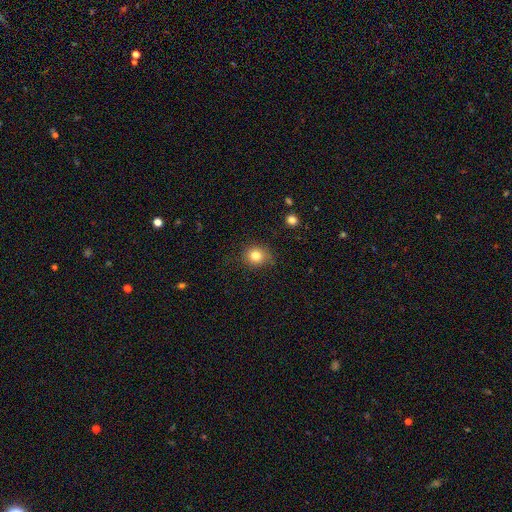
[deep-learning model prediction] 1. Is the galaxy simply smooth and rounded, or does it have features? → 81% smooth, 12% star or artifact, 7% featured or disk.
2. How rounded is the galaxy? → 80% round, 19% in between, 1% cigar-shaped.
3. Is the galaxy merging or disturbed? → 81% none, 14% minor disturbance, 3% major disturbance, 1% merger.